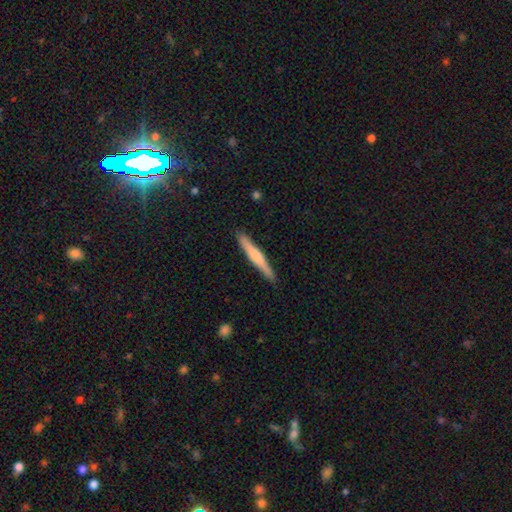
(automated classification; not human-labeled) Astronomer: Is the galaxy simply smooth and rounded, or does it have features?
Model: smooth — 50% (runner-up: featured or disk, 45%).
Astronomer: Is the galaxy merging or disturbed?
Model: none — 90%.